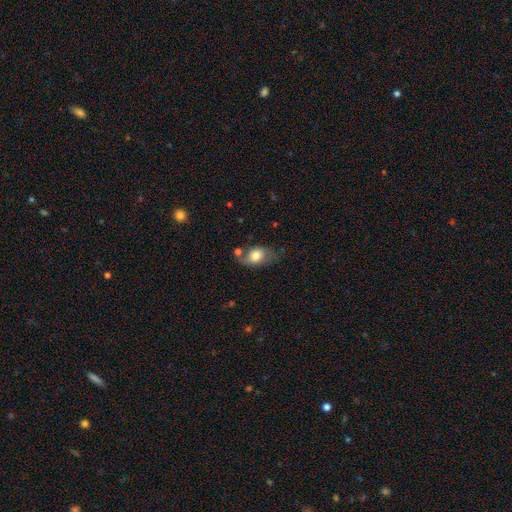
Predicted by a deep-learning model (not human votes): Smooth or featured? Predicted: smooth (p=0.70). How rounded? Predicted: in between (p=0.75). Merging? Predicted: none (p=0.46).